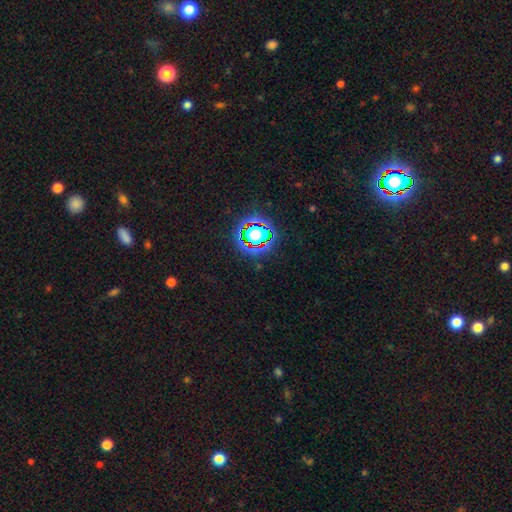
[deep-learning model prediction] Morphology: type=star or artifact (81%).